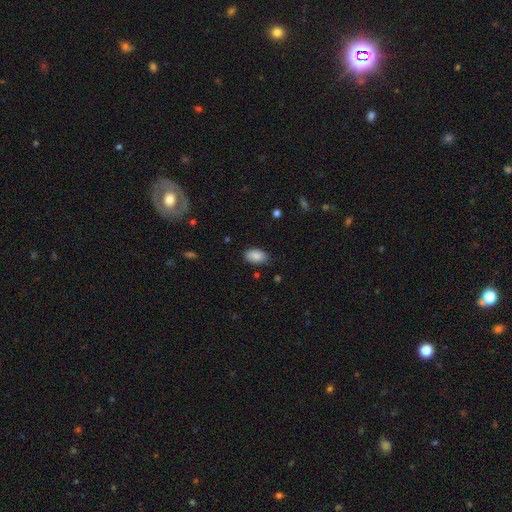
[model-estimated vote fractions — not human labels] Smooth or featured?
  - smooth: 88% *
  - star or artifact: 7%
  - featured or disk: 5%
How rounded?
  - in between: 92% *
  - round: 6%
  - cigar-shaped: 1%
Merging?
  - none: 77% *
  - minor disturbance: 18%
  - major disturbance: 3%
  - merger: 1%